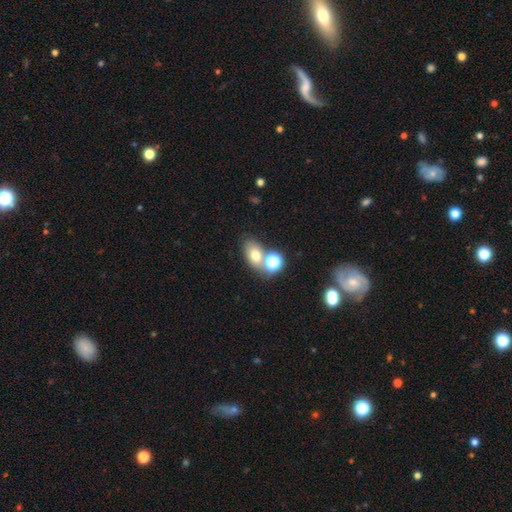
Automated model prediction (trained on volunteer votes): A smooth galaxy with no disk features (70%) that is in between round and cigar-shaped (70%). Merging: none (51%).